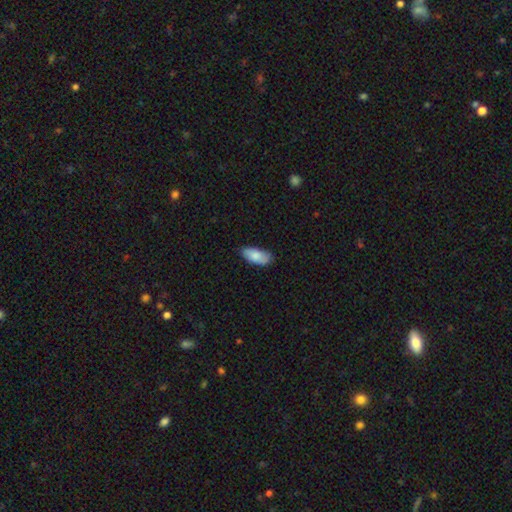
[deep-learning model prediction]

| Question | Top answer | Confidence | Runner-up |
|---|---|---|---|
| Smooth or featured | smooth | 82% | featured or disk (12%) |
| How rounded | in between | 90% | cigar-shaped (7%) |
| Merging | none | 75% | minor disturbance (21%) |